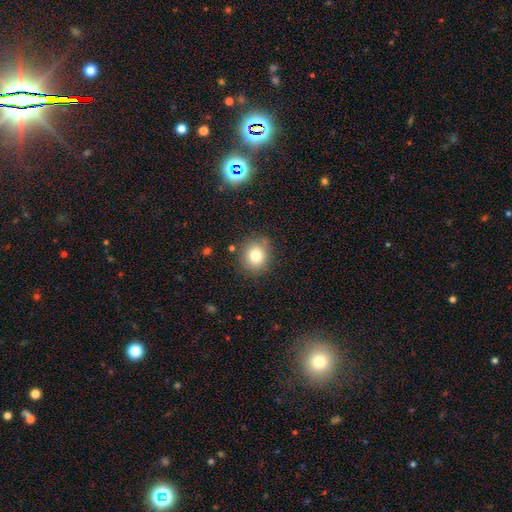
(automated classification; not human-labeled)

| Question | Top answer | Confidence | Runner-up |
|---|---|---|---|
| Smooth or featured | smooth | 78% | star or artifact (12%) |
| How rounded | round | 79% | in between (20%) |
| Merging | none | 82% | minor disturbance (11%) |